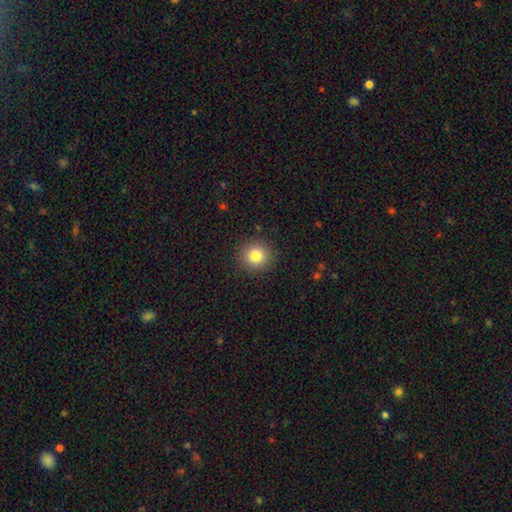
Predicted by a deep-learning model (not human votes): Overall: smooth (83%). How rounded: round (92%). Merging: none (90%).